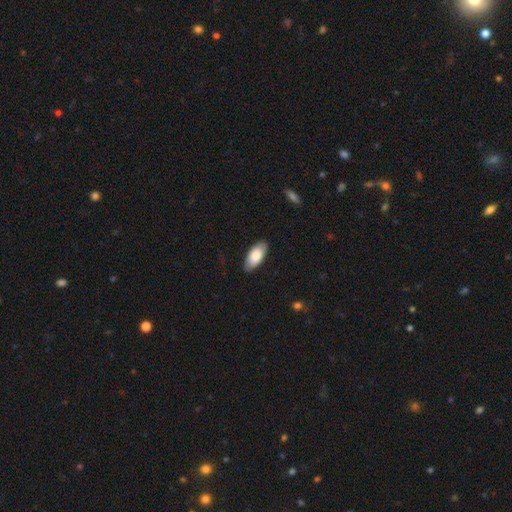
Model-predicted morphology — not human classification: The model was most divided on "smooth or featured": smooth: 83%, featured or disk: 12%, star or artifact: 6%. More confident: how rounded — in between (91%); merging — none (85%).